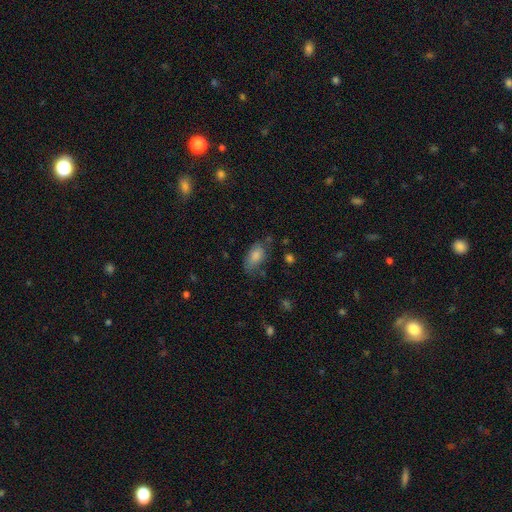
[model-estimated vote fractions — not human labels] smooth_or_featured: smooth (p=0.80) [alt: featured or disk p=0.12]
how_rounded: in between (p=0.92) [alt: round p=0.05]
merging: none (p=0.59) [alt: minor disturbance p=0.27]